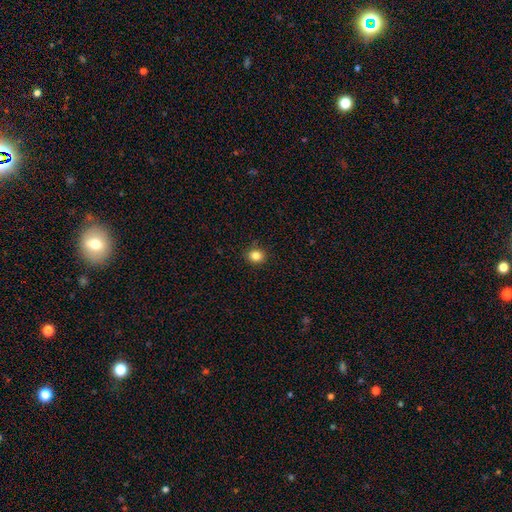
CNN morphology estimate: A smooth galaxy with no disk features (84%) that is round (79%).

Vote fractions:
- Smooth or featured? smooth: 84% / star or artifact: 11% / featured or disk: 5%
- How rounded? round: 79% / in between: 21% / cigar-shaped: 1%
- Merging? none: 90% / minor disturbance: 7% / major disturbance: 2% / merger: 1%